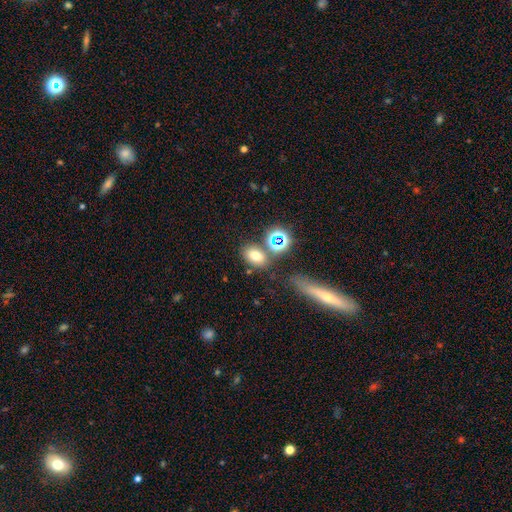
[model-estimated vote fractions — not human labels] smooth 71%, star or artifact 18%, featured or disk 11%. Down the decision tree: how rounded — in between (75%); merging — none (68%).